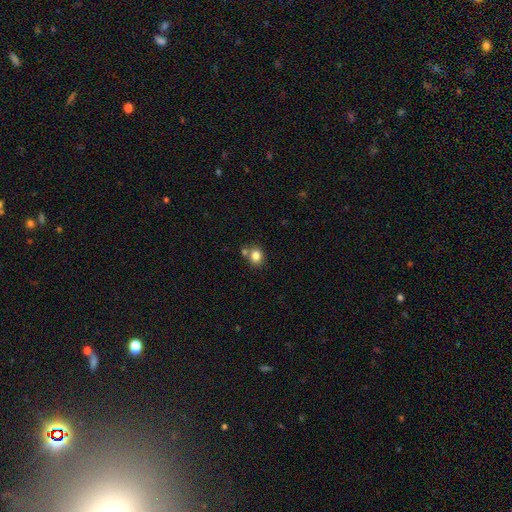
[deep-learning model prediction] A smooth galaxy with no disk features (82%) that is round (70%).

Vote fractions:
- Smooth or featured? smooth: 82% / star or artifact: 11% / featured or disk: 7%
- How rounded? round: 70% / in between: 30% / cigar-shaped: 1%
- Merging? none: 64% / merger: 23% / minor disturbance: 10% / major disturbance: 3%